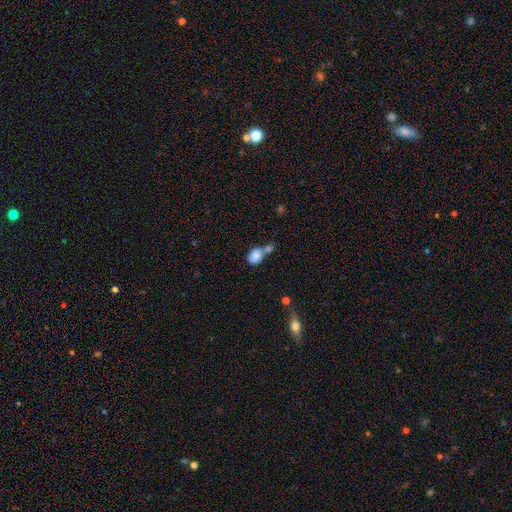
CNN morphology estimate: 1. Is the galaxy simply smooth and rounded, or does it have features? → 82% smooth, 10% featured or disk, 8% star or artifact.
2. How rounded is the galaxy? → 54% in between, 45% round, 2% cigar-shaped.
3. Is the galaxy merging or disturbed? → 53% merger, 28% none, 12% minor disturbance, 6% major disturbance.